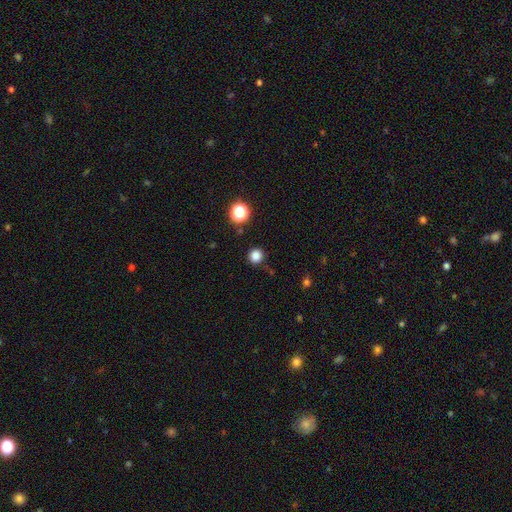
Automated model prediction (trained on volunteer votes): Smooth or featured?
  - smooth: 82% *
  - star or artifact: 14%
  - featured or disk: 3%
How rounded?
  - round: 95% *
  - in between: 4%
  - cigar-shaped: 1%
Merging?
  - none: 88% *
  - minor disturbance: 7%
  - major disturbance: 2%
  - merger: 2%